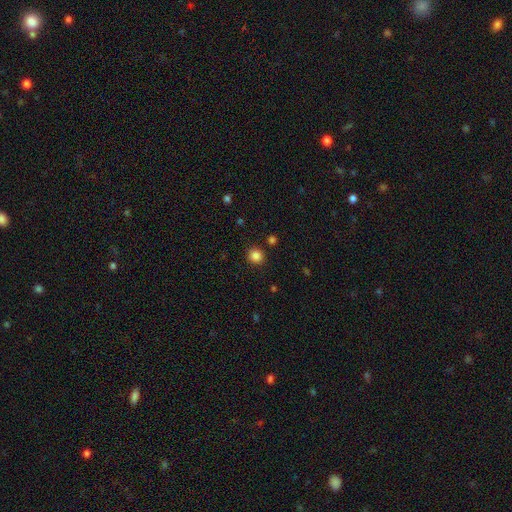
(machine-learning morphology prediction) Smooth or featured? Predicted: smooth (p=0.84). How rounded? Predicted: round (p=0.91). Merging? Predicted: none (p=0.90).